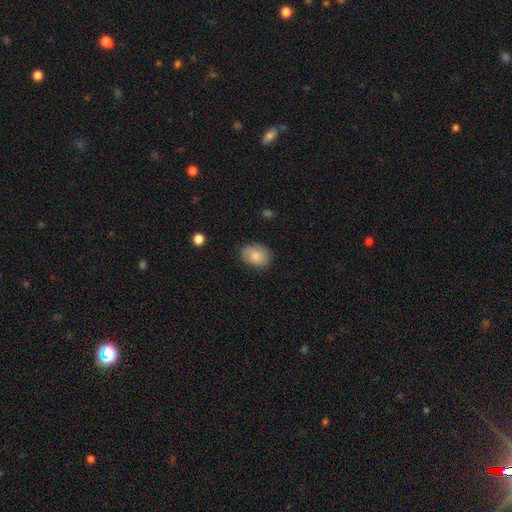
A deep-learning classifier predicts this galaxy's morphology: Smooth or featured? Predicted: smooth (p=0.81). How rounded? Predicted: in between (p=0.68). Merging? Predicted: none (p=0.78).